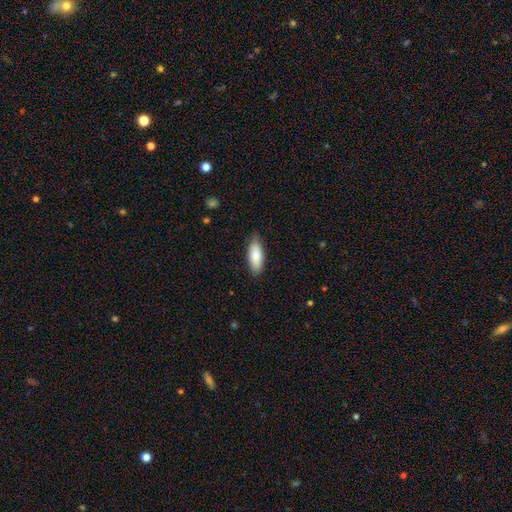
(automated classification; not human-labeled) A smooth galaxy with no disk features (85%) that is in between round and cigar-shaped (70%).

Vote fractions:
- Smooth or featured? smooth: 85% / featured or disk: 10% / star or artifact: 6%
- How rounded? in between: 70% / cigar-shaped: 28% / round: 2%
- Merging? none: 85% / minor disturbance: 12% / major disturbance: 2% / merger: 1%